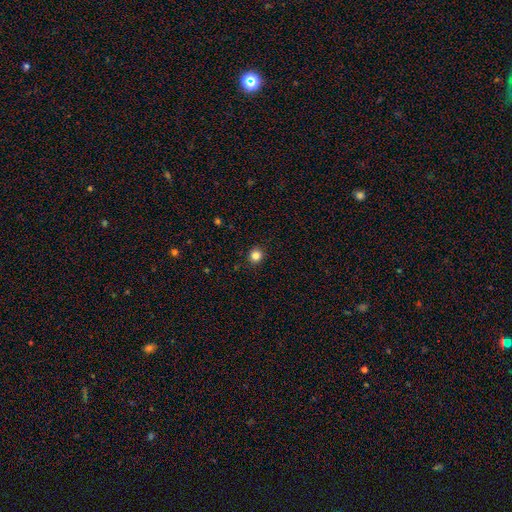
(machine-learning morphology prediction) Smooth or featured: smooth — 84% (star or artifact — 12%)
How rounded: round — 90% (in between — 9%)
Merging: none — 92% (minor disturbance — 6%)